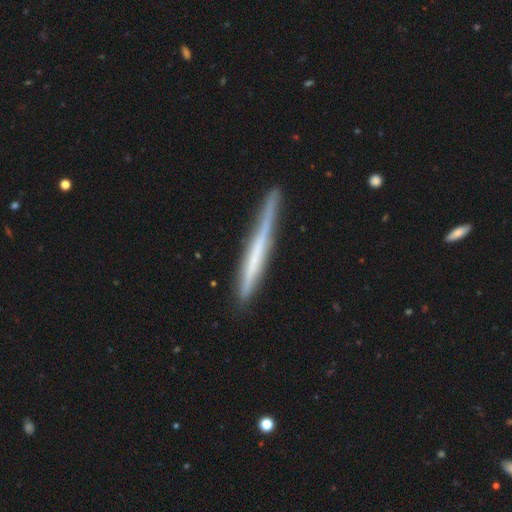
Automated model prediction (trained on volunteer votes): This appears to be a featured or disk galaxy (52%) viewed edge-on (96%) with no central bulge (87%). Merging: none (79%).